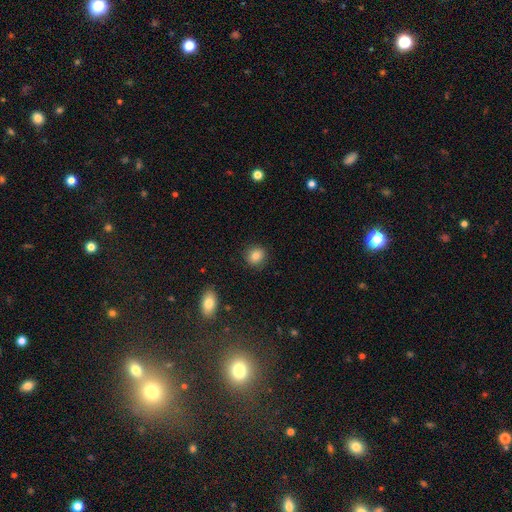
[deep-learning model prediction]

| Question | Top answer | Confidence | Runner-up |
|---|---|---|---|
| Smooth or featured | smooth | 83% | star or artifact (10%) |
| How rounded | round | 80% | in between (18%) |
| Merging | none | 89% | minor disturbance (7%) |